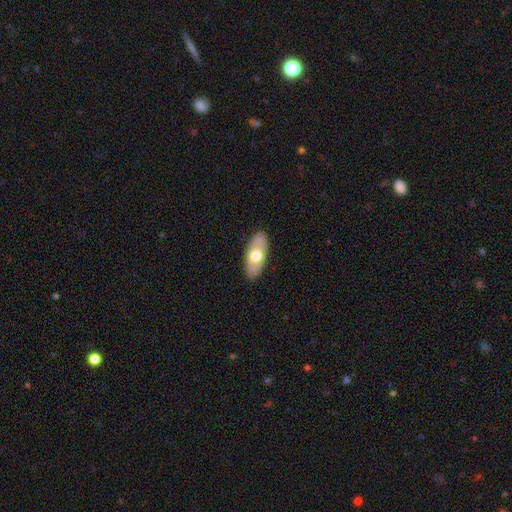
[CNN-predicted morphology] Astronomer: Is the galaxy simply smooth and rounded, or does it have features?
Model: smooth — 62%.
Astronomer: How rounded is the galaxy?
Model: in between — 87%.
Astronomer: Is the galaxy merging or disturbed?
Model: none — 88%.